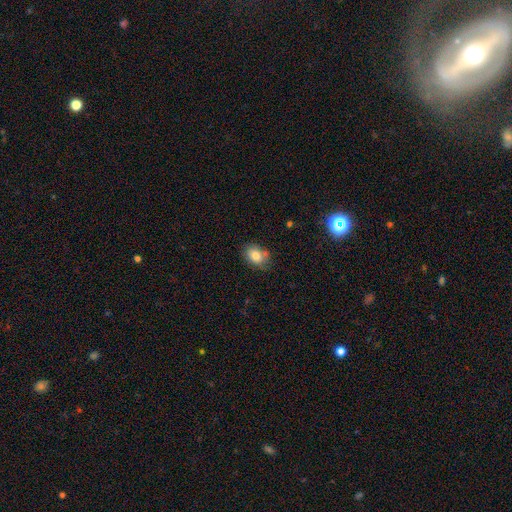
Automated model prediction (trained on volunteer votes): A smooth galaxy with no disk features (80%) that is in between round and cigar-shaped (70%).

Vote fractions:
- Smooth or featured? smooth: 80% / featured or disk: 11% / star or artifact: 9%
- How rounded? in between: 70% / round: 29% / cigar-shaped: 1%
- Merging? none: 70% / minor disturbance: 21% / merger: 5% / major disturbance: 4%